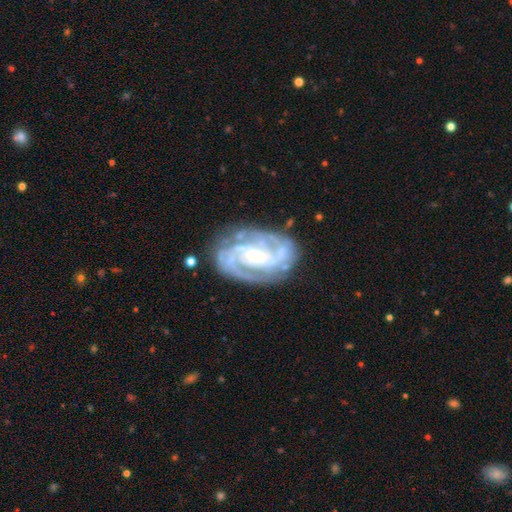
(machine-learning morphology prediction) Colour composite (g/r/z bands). It shows a featured or disk galaxy (89%) with no bar (43%), 2 (39%) tight (60%) spiral arms (97%) and a small central bulge (64%). Merging: none (76%).